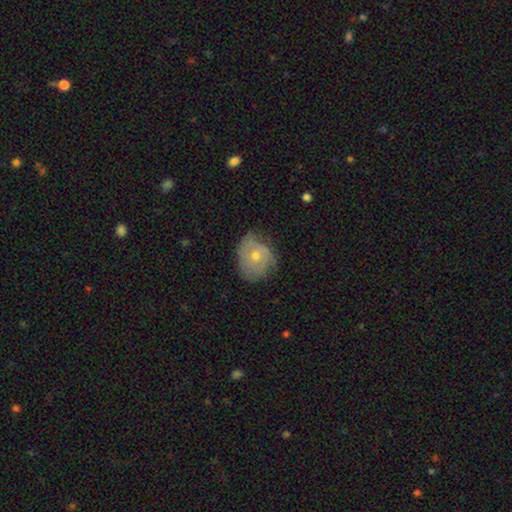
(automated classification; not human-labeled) Morphology: type=featured or disk (51%); edge-on=no (96%); merging=none (59%).